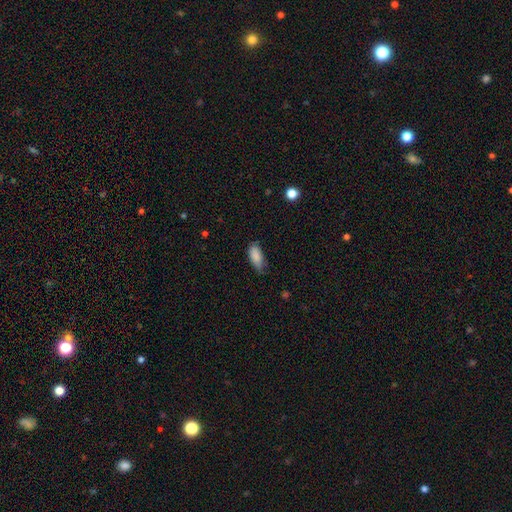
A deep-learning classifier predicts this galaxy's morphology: Smooth or featured? smooth (87%)
How rounded? in between (88%)
Merging? none (61%)